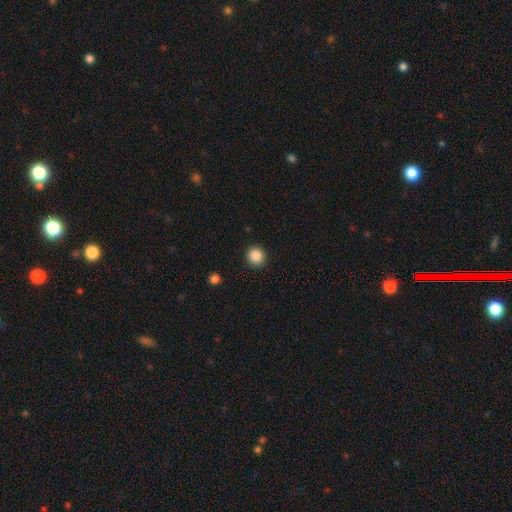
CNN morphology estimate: A smooth galaxy with no disk features (88%) that is round (88%). Merging: none (91%).